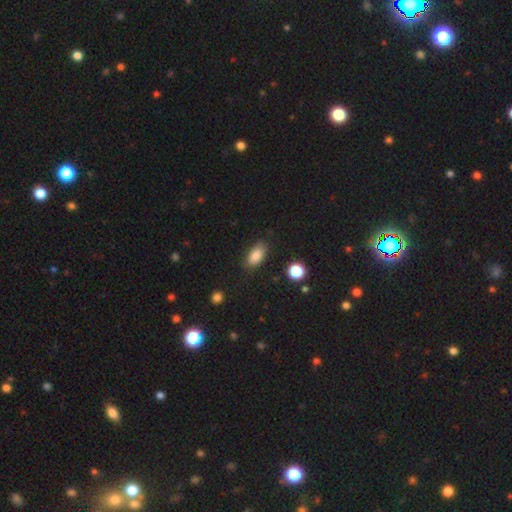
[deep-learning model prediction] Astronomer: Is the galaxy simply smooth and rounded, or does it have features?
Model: smooth — 85%.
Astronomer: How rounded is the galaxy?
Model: in between — 90%.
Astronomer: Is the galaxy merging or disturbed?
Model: none — 84%.